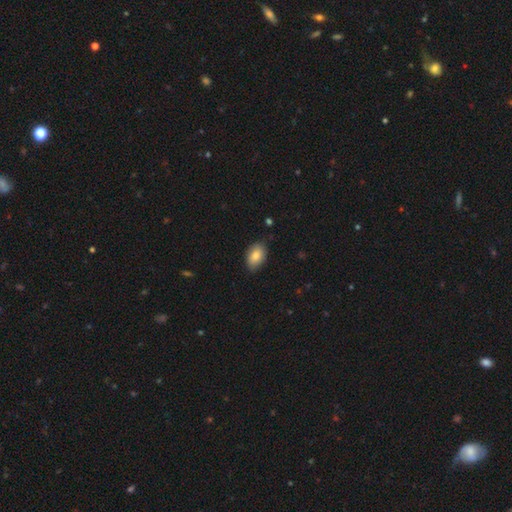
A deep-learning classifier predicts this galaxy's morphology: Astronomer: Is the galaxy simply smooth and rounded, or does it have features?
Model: smooth — 85%.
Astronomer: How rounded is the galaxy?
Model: in between — 91%.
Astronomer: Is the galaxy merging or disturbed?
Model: none — 83%.